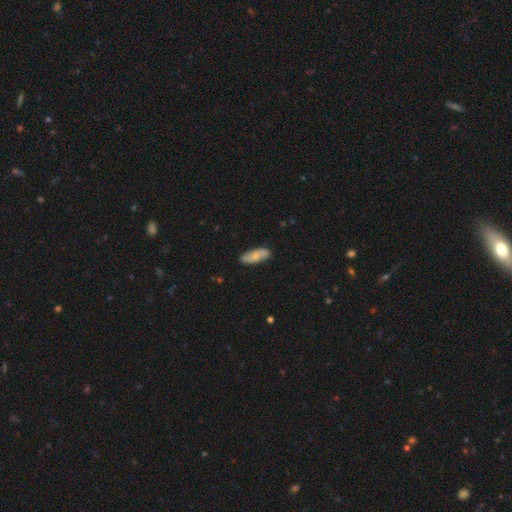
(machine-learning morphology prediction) smooth_or_featured: smooth (p=0.63) [alt: featured or disk p=0.31]
how_rounded: in between (p=0.72) [alt: cigar-shaped p=0.26]
merging: none (p=0.83) [alt: minor disturbance p=0.13]